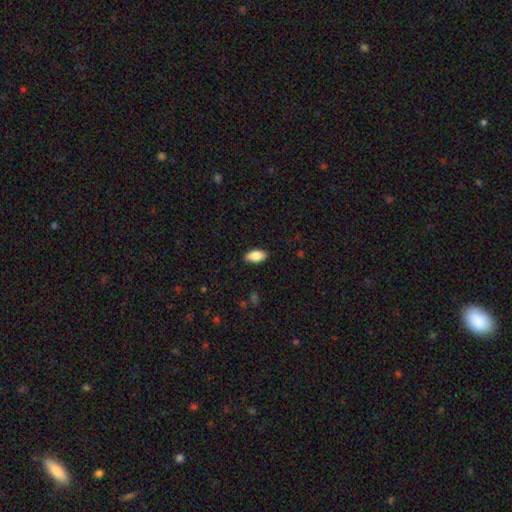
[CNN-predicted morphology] smooth 87%, star or artifact 7%, featured or disk 6%. Down the decision tree: how rounded — in between (92%); merging — none (88%).